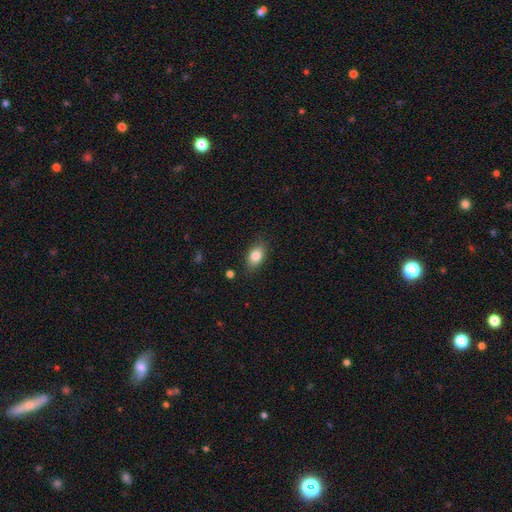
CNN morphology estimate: The model was most divided on "merging": none: 83%, minor disturbance: 13%, major disturbance: 3%, merger: 2%. More confident: how rounded — in between (84%); smooth or featured — smooth (83%).